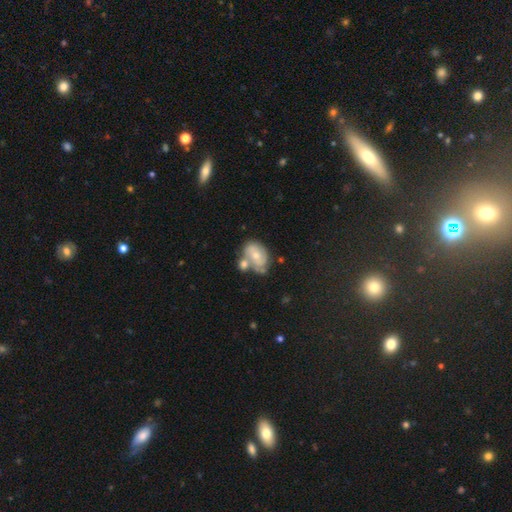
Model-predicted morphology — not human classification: featured or disk 50%, smooth 43%, star or artifact 8%. Down the decision tree: merging — merger (40%).